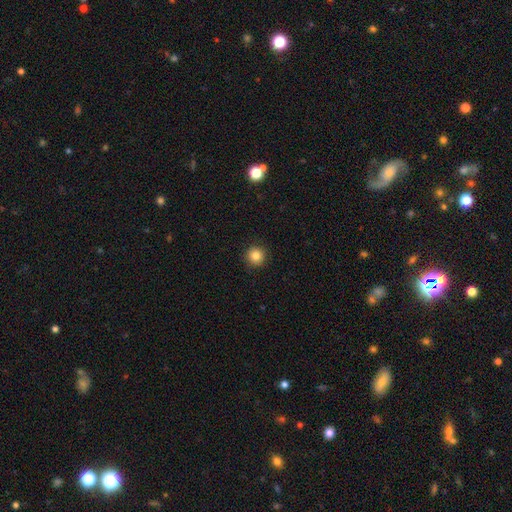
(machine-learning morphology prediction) smooth-or-featured: smooth: 84% | star or artifact: 11% | featured or disk: 5%
  how-rounded: round: 96% | in between: 4% | cigar-shaped: 1%
  merging: none: 92% | minor disturbance: 5% | major disturbance: 2% | merger: 1%